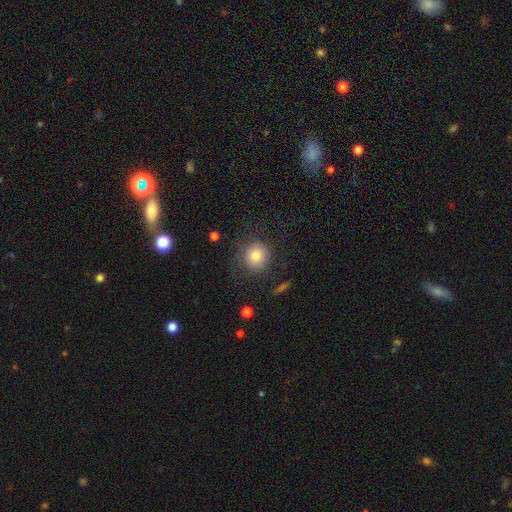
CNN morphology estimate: A smooth galaxy with no disk features (80%) that is round (91%).

Vote fractions:
- Smooth or featured? smooth: 80% / star or artifact: 10% / featured or disk: 10%
- How rounded? round: 91% / in between: 8% / cigar-shaped: 1%
- Merging? none: 79% / minor disturbance: 13% / major disturbance: 7% / merger: 2%